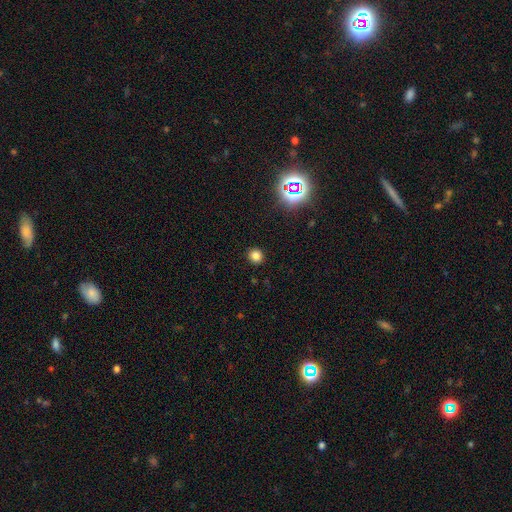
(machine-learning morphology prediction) A smooth galaxy with no disk features (80%) that is round (90%).

Vote fractions:
- Smooth or featured? smooth: 80% / star or artifact: 16% / featured or disk: 4%
- How rounded? round: 90% / in between: 10% / cigar-shaped: 1%
- Merging? none: 92% / minor disturbance: 5% / major disturbance: 2% / merger: 1%